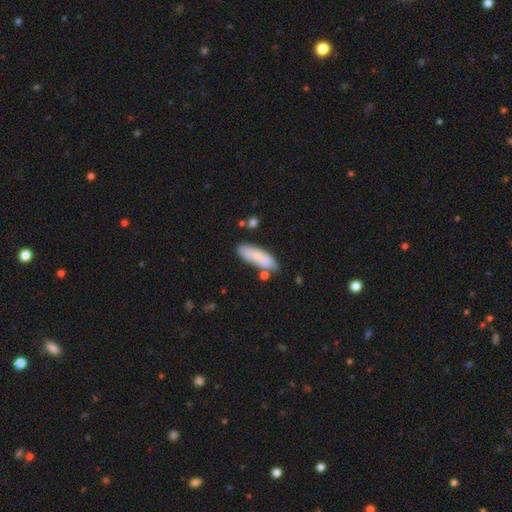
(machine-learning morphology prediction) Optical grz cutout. It shows a smooth galaxy with no disk features (78%) that is in between round and cigar-shaped (58%). Merging: none (65%).